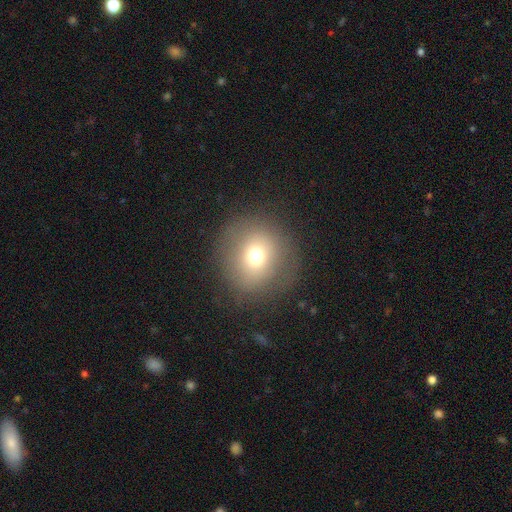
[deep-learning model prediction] Smooth or featured? Predicted: smooth (p=0.70). How rounded? Predicted: round (p=0.88). Merging? Predicted: none (p=0.80).